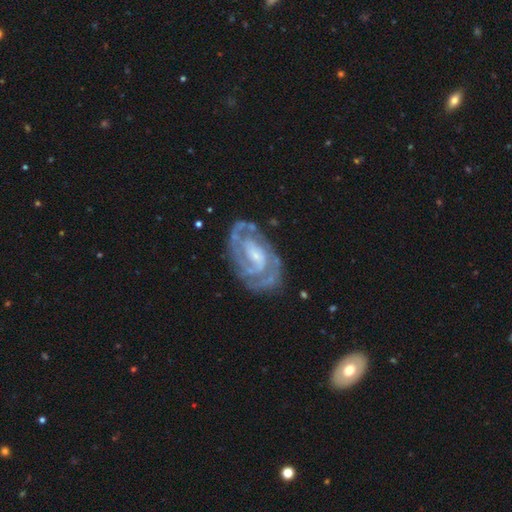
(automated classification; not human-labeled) A featured or disk galaxy (88%) with a weak bar (45%), 2 (57%) tight (59%) spiral arms (95%) and a small central bulge (52%). Merging: none (73%).